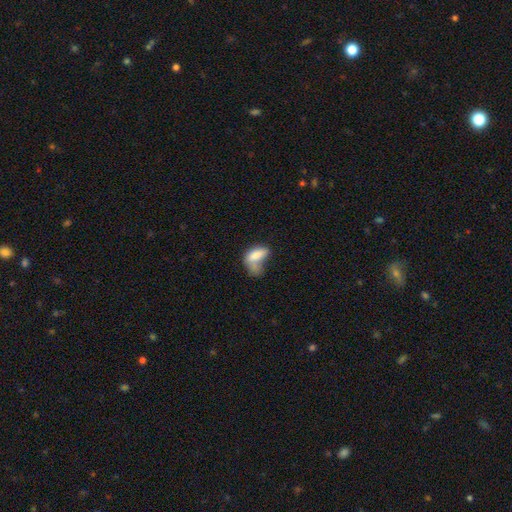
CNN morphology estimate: This appears to be a smooth galaxy with no disk features (74%) that is in between round and cigar-shaped (87%). Merging: merger (30%, tied with major disturbance).